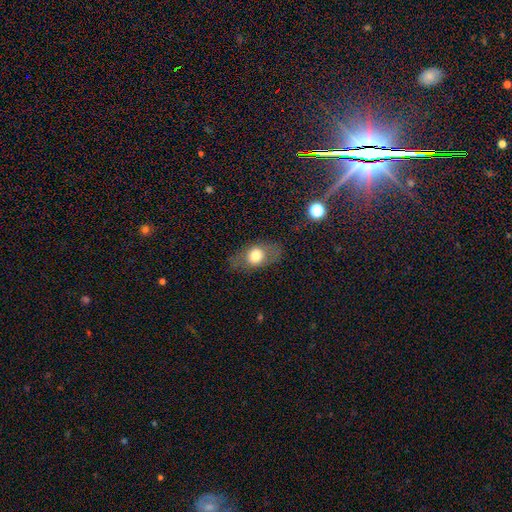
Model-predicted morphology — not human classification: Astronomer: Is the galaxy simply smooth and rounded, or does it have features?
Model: smooth — 67%.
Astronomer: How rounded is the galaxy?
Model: in between — 70%.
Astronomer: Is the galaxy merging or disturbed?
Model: none — 76%.